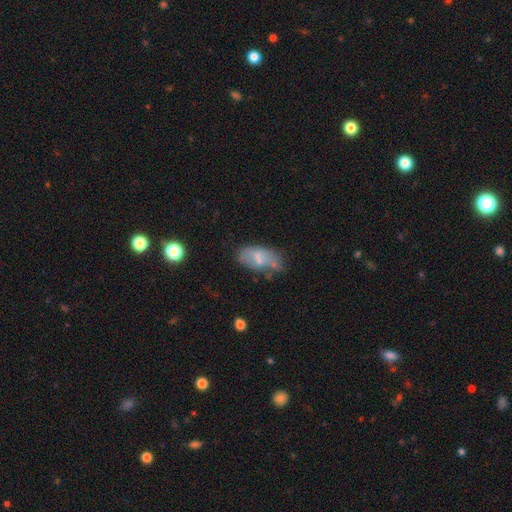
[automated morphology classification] This is possibly a smooth galaxy (58%). How rounded: clearly in between (89%). Merging: possibly none (52%).